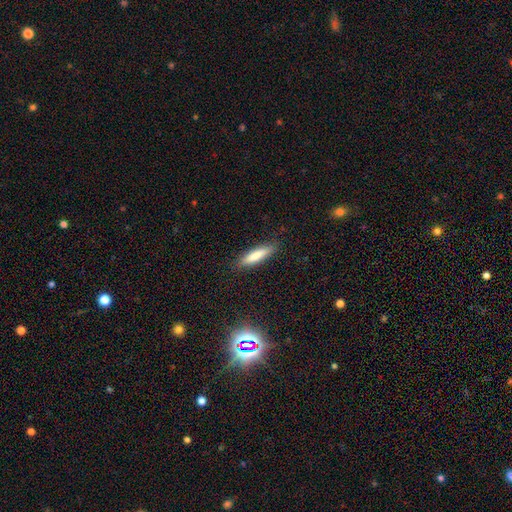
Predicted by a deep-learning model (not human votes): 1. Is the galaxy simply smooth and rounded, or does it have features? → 79% smooth, 14% featured or disk, 7% star or artifact.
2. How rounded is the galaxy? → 77% cigar-shaped, 22% in between, 1% round.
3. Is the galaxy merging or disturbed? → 87% none, 10% minor disturbance, 2% major disturbance, 1% merger.